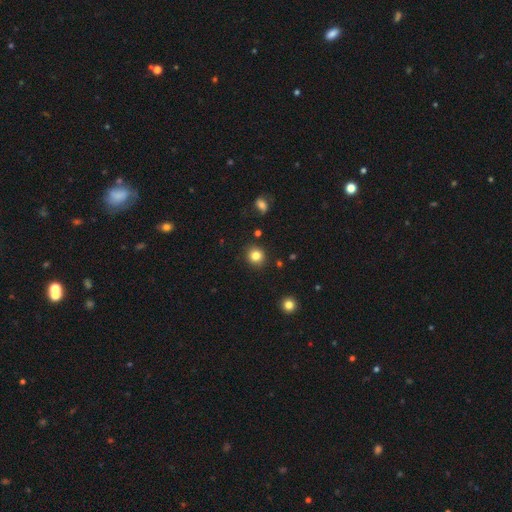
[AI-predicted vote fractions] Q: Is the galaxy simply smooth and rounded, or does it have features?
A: smooth — 82%.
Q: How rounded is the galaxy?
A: round — 86%.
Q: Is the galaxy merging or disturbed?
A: none — 90%.